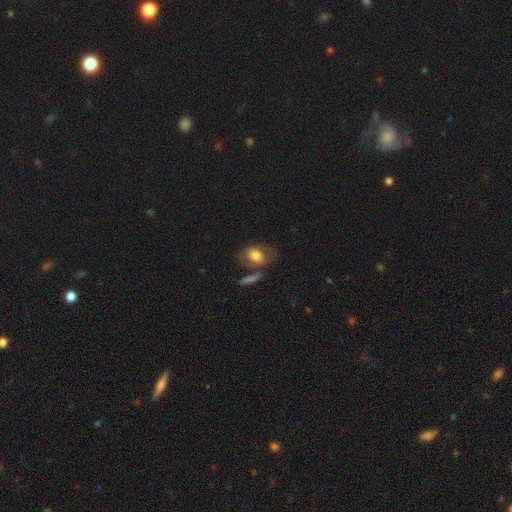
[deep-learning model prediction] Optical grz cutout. It shows a smooth galaxy with no disk features (65%) that is in between round and cigar-shaped (83%). Merging: none (51%).